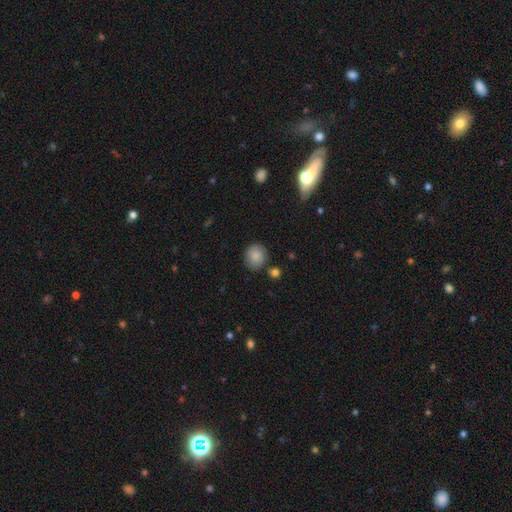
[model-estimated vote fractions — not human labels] Q: Smooth or featured?
A: smooth (87%); runner-up: star or artifact (8%)
Q: How rounded?
A: round (78%); runner-up: in between (21%)
Q: Merging?
A: none (81%); runner-up: minor disturbance (12%)